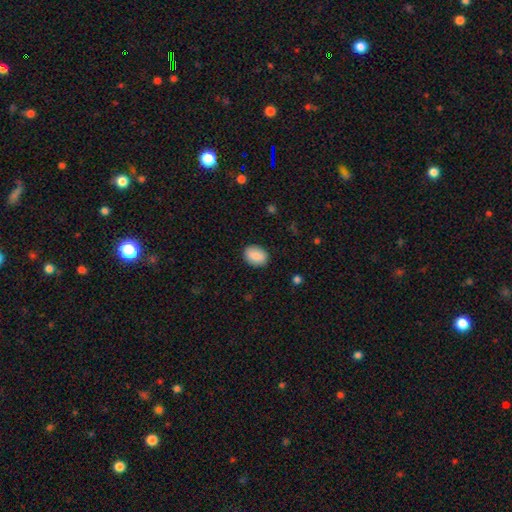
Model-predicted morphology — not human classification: A smooth galaxy with no disk features (88%) that is in between round and cigar-shaped (71%). Merging: none (88%).